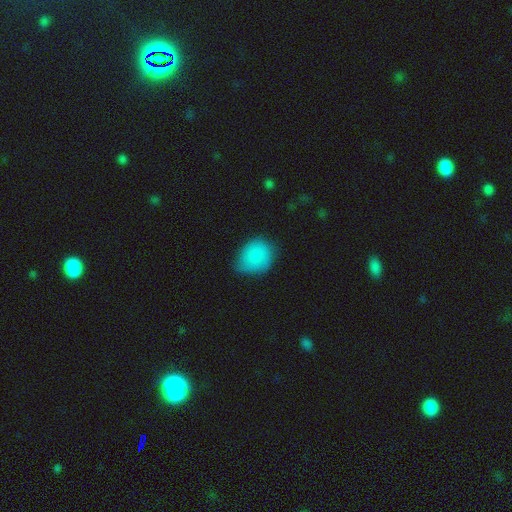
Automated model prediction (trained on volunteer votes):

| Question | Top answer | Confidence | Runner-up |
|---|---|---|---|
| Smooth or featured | smooth | 82% | featured or disk (10%) |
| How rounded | round | 56% | in between (43%) |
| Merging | none | 57% | minor disturbance (34%) |